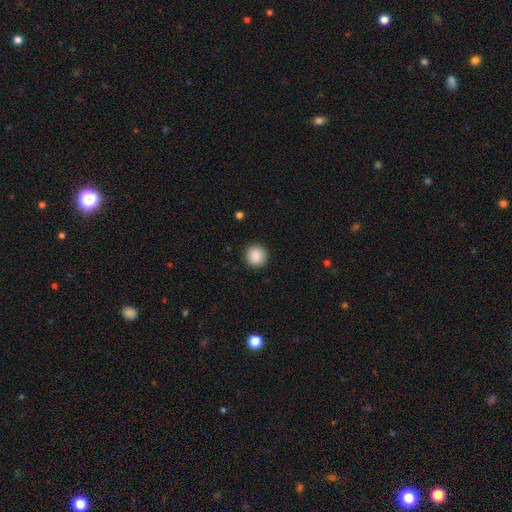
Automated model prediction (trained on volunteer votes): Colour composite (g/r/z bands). It shows a smooth galaxy with no disk features (88%) that is round (94%). Merging: none (92%).